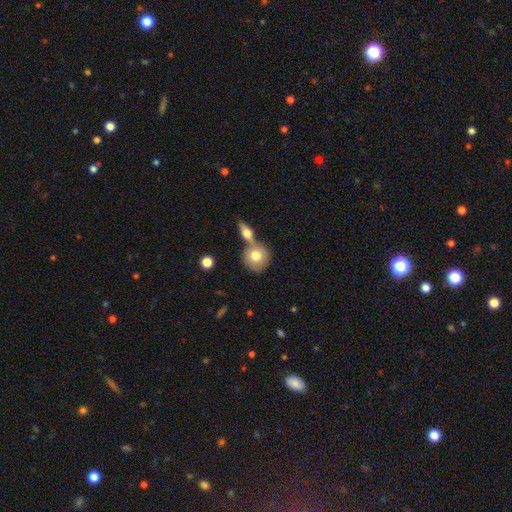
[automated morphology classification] smooth_or_featured: smooth (p=0.74) [alt: featured or disk p=0.19]
how_rounded: round (p=0.86) [alt: in between p=0.13]
merging: none (p=0.49) [alt: merger p=0.40]